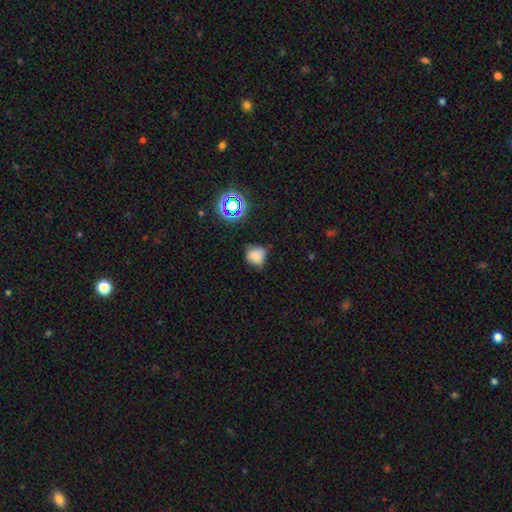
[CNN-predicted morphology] smooth_or_featured: smooth (p=0.74) [alt: star or artifact p=0.17]
how_rounded: round (p=0.72) [alt: in between p=0.27]
merging: none (p=0.56) [alt: minor disturbance p=0.32]